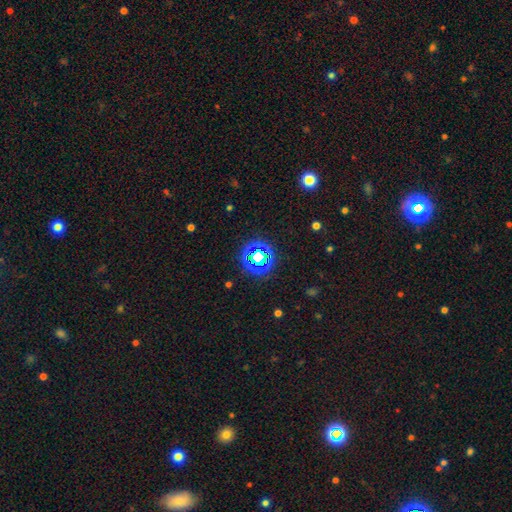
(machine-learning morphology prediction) smooth_or_featured: star or artifact (p=0.70) [alt: smooth p=0.20]